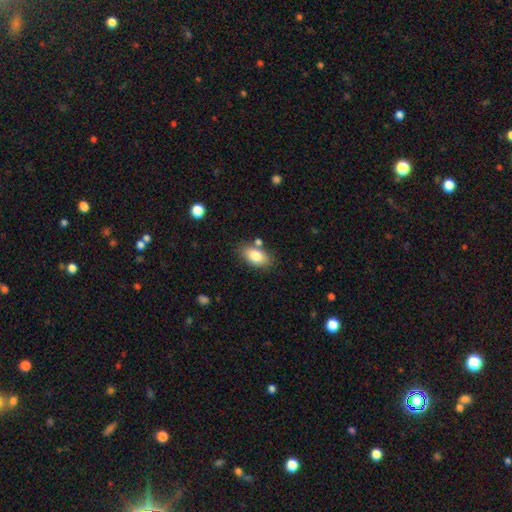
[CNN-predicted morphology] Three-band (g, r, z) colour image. It shows a smooth galaxy with no disk features (81%) that is in between round and cigar-shaped (92%). Merging: none (76%).